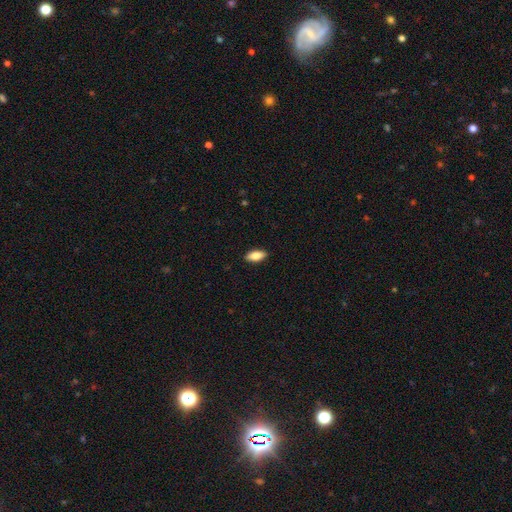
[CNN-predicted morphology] Smooth or featured?
  - smooth: 80% *
  - featured or disk: 14%
  - star or artifact: 7%
How rounded?
  - in between: 85% *
  - cigar-shaped: 12%
  - round: 3%
Merging?
  - none: 90% *
  - minor disturbance: 8%
  - major disturbance: 2%
  - merger: 1%